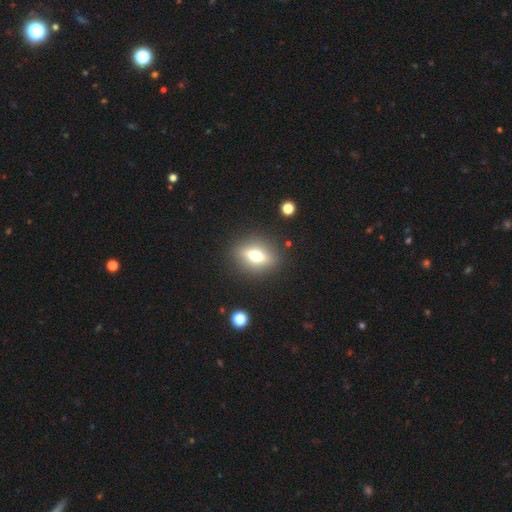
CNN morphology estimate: A smooth galaxy with no disk features (54%) that is in between round and cigar-shaped (59%). Merging: none (87%).